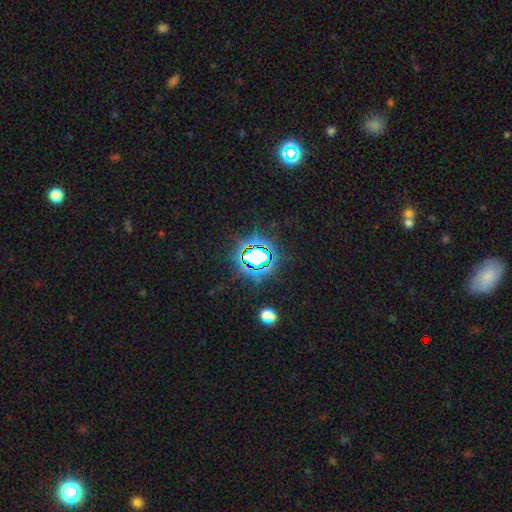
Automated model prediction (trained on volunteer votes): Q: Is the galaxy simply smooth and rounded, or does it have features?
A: star or artifact — 74%.